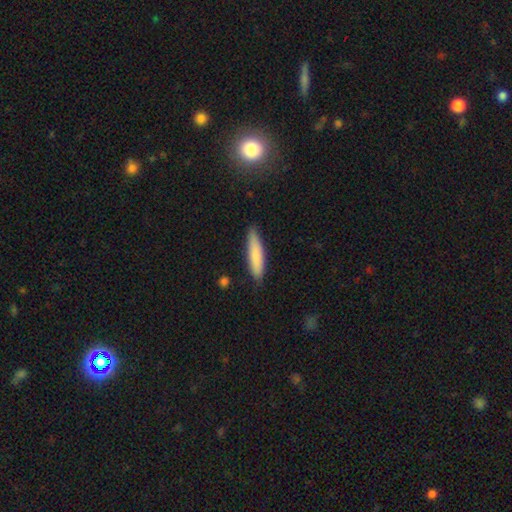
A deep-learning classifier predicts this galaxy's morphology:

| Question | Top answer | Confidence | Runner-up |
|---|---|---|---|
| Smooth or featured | smooth | 81% | featured or disk (13%) |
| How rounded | cigar-shaped | 81% | in between (18%) |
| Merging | none | 84% | minor disturbance (13%) |